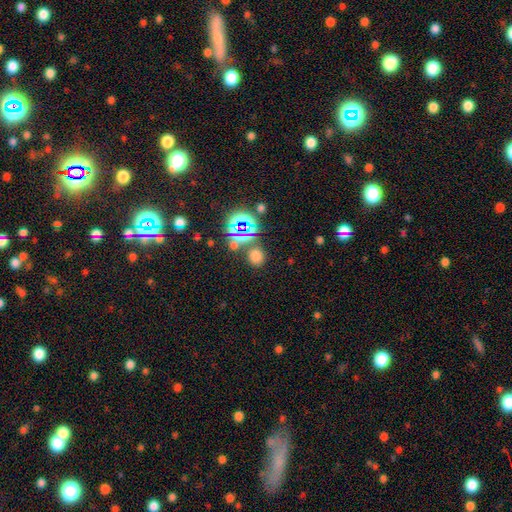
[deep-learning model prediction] smooth 61%, star or artifact 33%, featured or disk 6%. Down the decision tree: how rounded — round (69%); merging — none (78%).